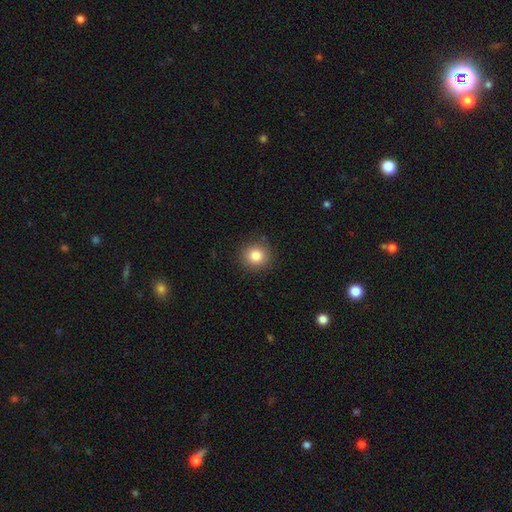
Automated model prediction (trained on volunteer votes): A smooth galaxy with no disk features (83%) that is round (91%). Merging: none (89%).